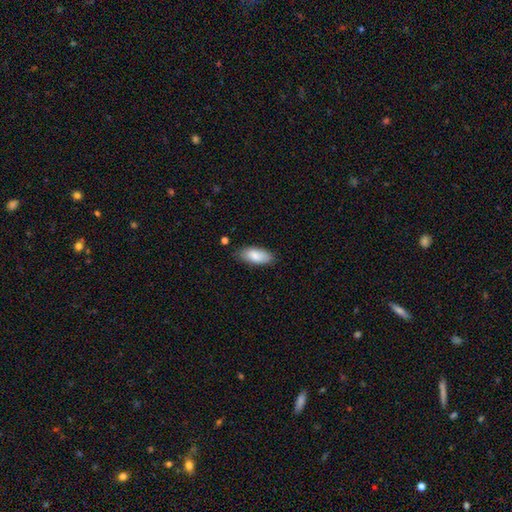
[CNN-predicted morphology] This appears to be a smooth galaxy with no disk features (85%) that is in between round and cigar-shaped (85%). Merging: none (77%).